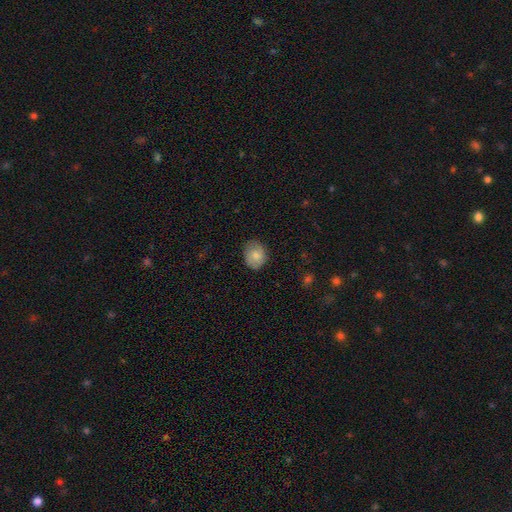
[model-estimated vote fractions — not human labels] This appears to be a smooth galaxy with no disk features (75%) that is round (60%). Merging: none (76%).